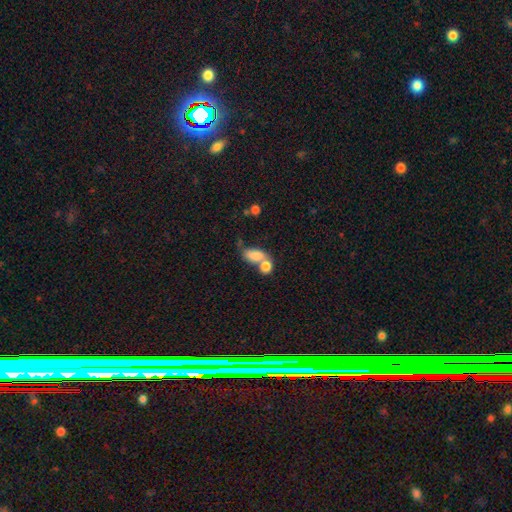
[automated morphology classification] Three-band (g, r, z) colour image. It shows a smooth galaxy with no disk features (79%) that is in between round and cigar-shaped (82%). Merging: merger (60%).